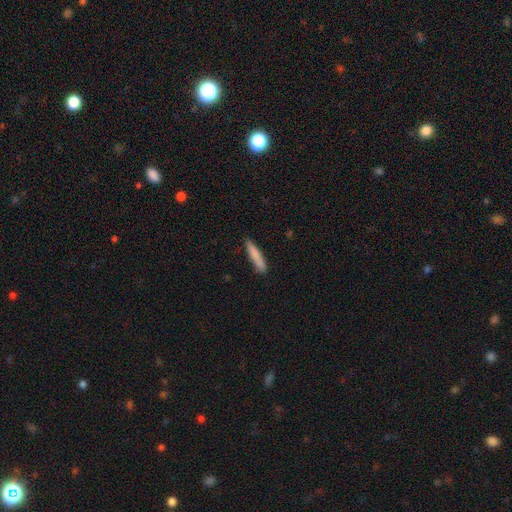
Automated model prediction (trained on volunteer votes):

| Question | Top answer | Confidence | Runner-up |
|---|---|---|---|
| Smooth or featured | smooth | 82% | featured or disk (12%) |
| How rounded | cigar-shaped | 88% | in between (11%) |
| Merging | none | 84% | minor disturbance (12%) |